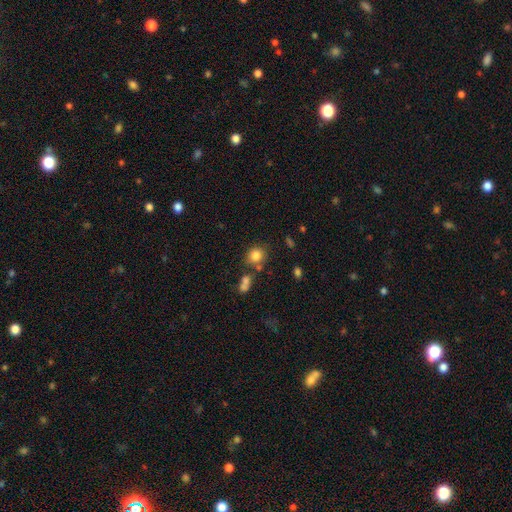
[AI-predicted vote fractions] Overall: smooth (82%). How rounded: round (75%). Merging: none (69%).